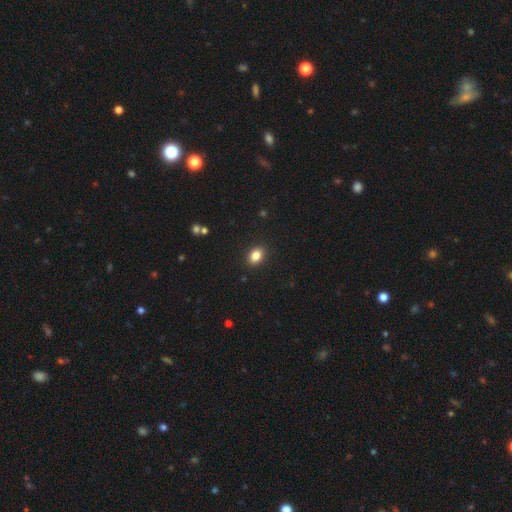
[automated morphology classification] This appears to be a smooth galaxy with no disk features (84%) that is in between round and cigar-shaped (76%). Merging: none (90%).